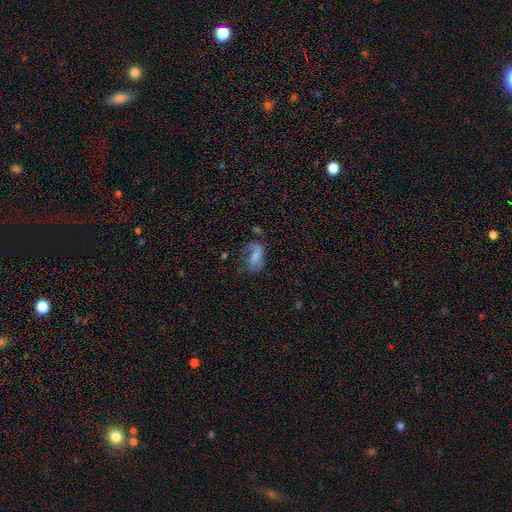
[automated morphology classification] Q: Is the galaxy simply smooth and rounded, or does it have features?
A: featured or disk — 46%.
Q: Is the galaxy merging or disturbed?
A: major disturbance — 38%.